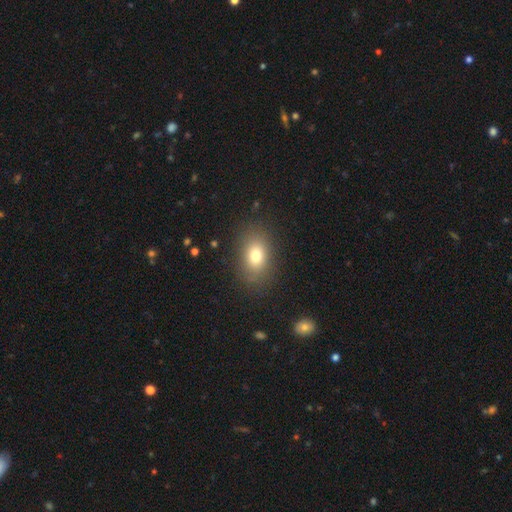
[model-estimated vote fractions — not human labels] Overall: smooth (77%). How rounded: in between (80%). Merging: none (84%).